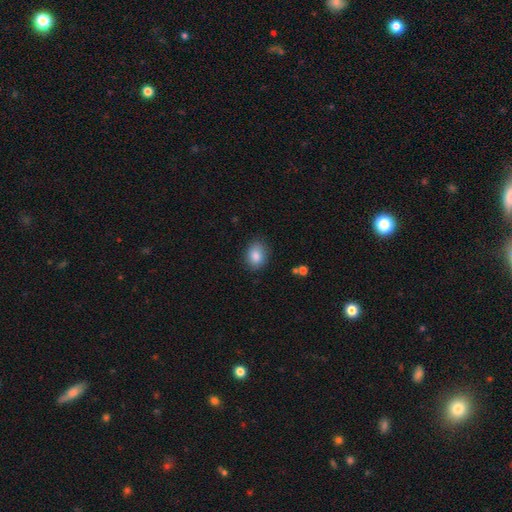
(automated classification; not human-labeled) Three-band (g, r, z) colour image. It shows a smooth galaxy with no disk features (85%) that is in between round and cigar-shaped (65%). Merging: none (82%).